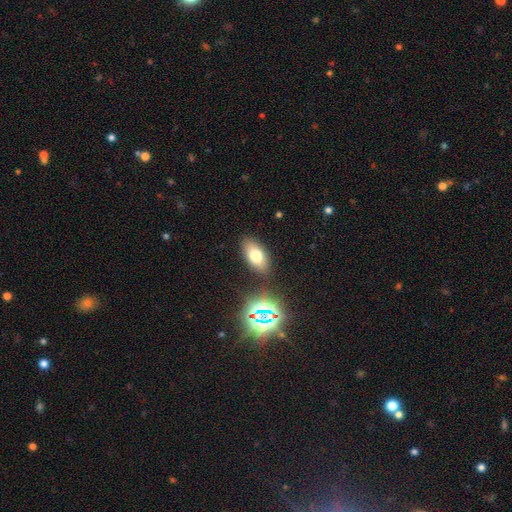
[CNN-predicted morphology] Smooth or featured? smooth (69%)
How rounded? in between (87%)
Merging? none (84%)